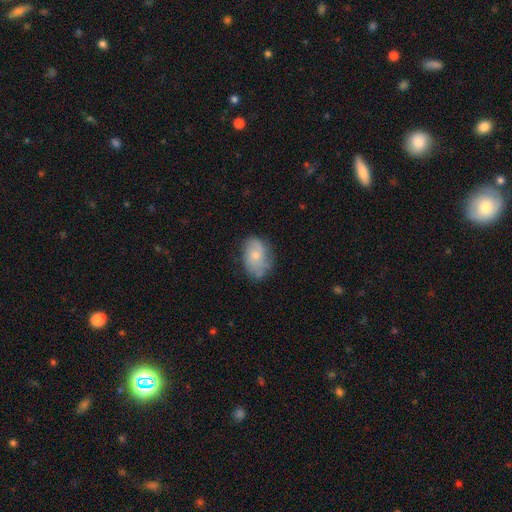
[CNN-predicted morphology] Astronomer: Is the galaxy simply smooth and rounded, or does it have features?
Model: smooth — 60%.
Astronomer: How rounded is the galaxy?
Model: in between — 82%.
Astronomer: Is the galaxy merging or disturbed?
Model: none — 60%.